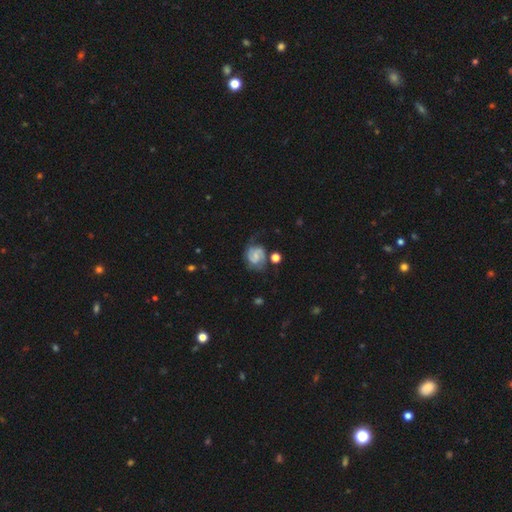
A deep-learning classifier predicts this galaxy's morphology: This appears to be a featured or disk galaxy (69%) with no bar (46%), 2 (78%) medium (43%) spiral arms (92%) and a small central bulge (54%). Merging: none (58%).